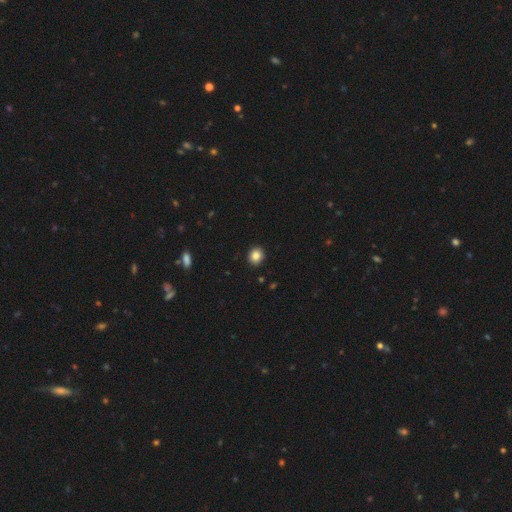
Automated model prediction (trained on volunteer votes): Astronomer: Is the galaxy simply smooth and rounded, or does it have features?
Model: smooth — 86%.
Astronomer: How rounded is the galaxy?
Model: round — 75%.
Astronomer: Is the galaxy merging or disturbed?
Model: none — 92%.